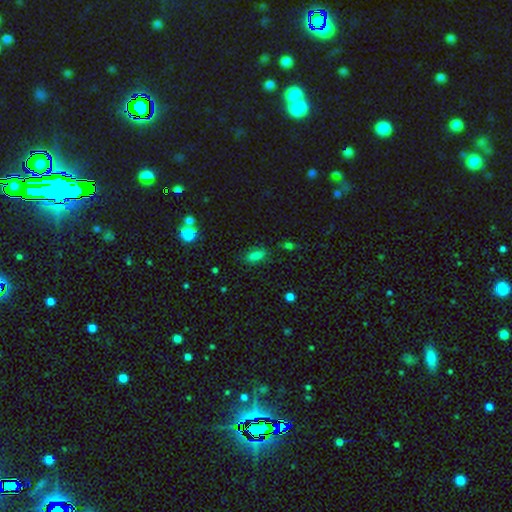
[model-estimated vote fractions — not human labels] Smooth or featured?
  - smooth: 77% *
  - star or artifact: 13%
  - featured or disk: 9%
How rounded?
  - in between: 81% *
  - cigar-shaped: 13%
  - round: 6%
Merging?
  - none: 77% *
  - minor disturbance: 16%
  - major disturbance: 4%
  - merger: 2%